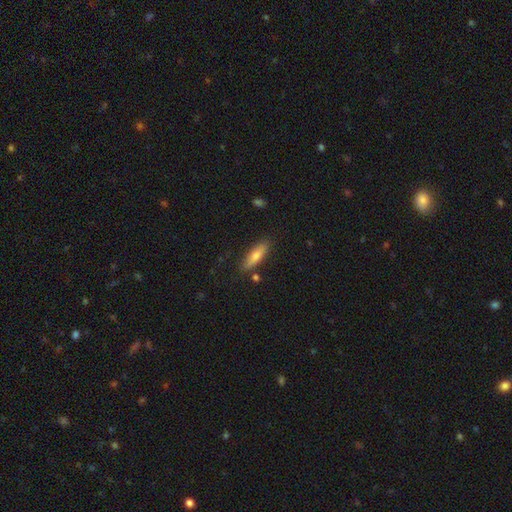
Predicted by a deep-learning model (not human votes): Smooth or featured: smooth — 64% (featured or disk — 28%)
How rounded: cigar-shaped — 68% (in between — 30%)
Merging: none — 84% (minor disturbance — 11%)